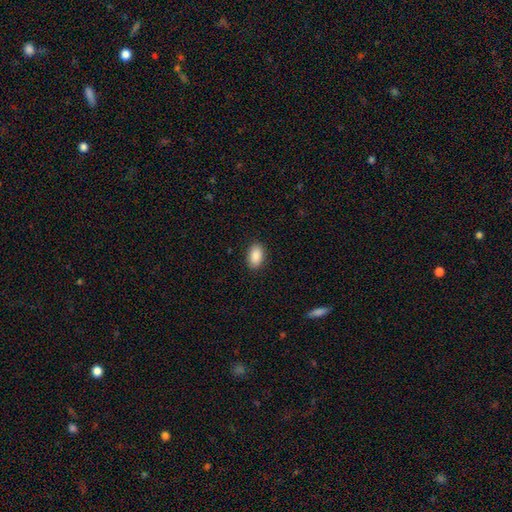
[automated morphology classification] Smooth or featured?
  - smooth: 89% *
  - star or artifact: 7%
  - featured or disk: 4%
How rounded?
  - in between: 92% *
  - round: 6%
  - cigar-shaped: 1%
Merging?
  - none: 89% *
  - minor disturbance: 8%
  - major disturbance: 2%
  - merger: 1%